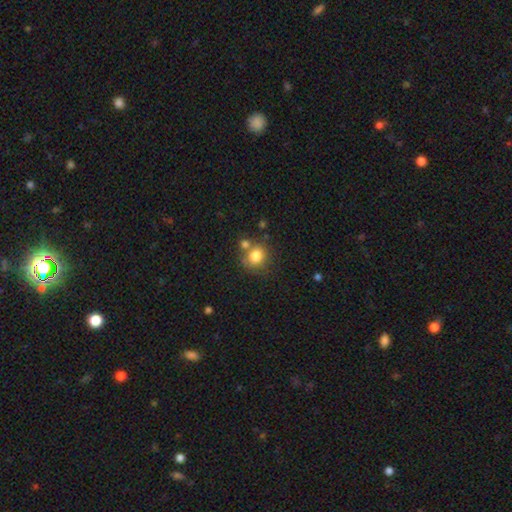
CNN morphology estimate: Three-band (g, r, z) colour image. It shows a smooth galaxy with no disk features (80%) that is round (81%). Merging: none (59%).